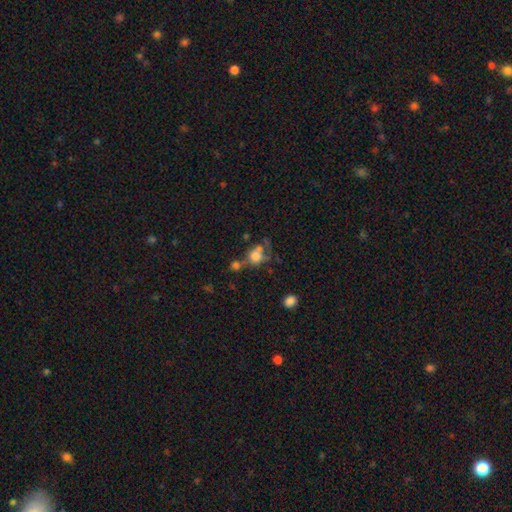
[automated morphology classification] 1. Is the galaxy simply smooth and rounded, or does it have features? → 67% smooth, 19% featured or disk, 14% star or artifact.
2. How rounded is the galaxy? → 70% round, 29% in between, 2% cigar-shaped.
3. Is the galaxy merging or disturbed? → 39% merger, 33% none, 15% major disturbance, 14% minor disturbance.